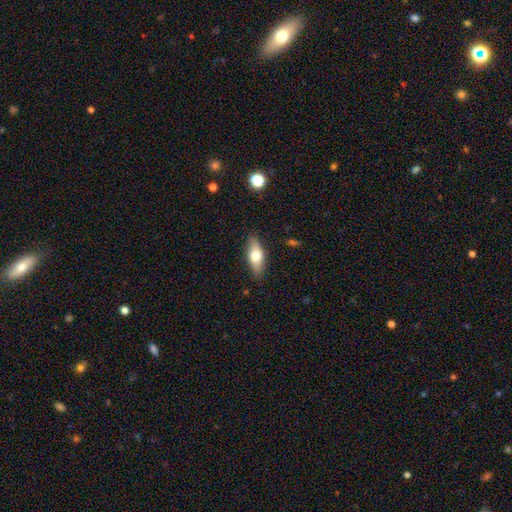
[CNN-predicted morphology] smooth-or-featured: smooth: 67% | featured or disk: 27% | star or artifact: 7%
  how-rounded: in between: 75% | cigar-shaped: 22% | round: 3%
  merging: none: 85% | minor disturbance: 12% | major disturbance: 2% | merger: 1%